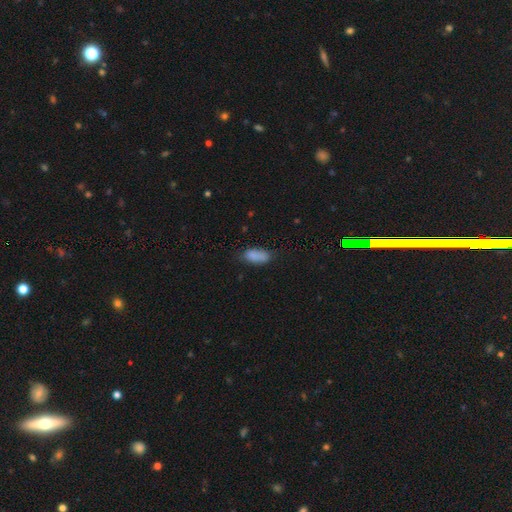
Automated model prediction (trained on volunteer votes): smooth-or-featured: smooth: 85% | star or artifact: 8% | featured or disk: 7%
  how-rounded: in between: 88% | cigar-shaped: 9% | round: 3%
  merging: none: 64% | minor disturbance: 27% | major disturbance: 7% | merger: 2%